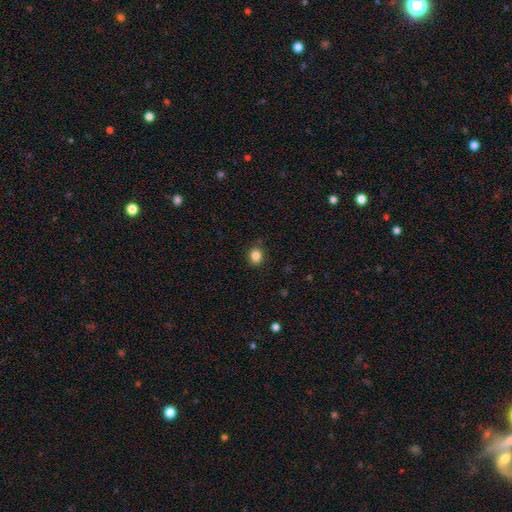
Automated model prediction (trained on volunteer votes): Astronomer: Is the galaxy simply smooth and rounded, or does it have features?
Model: smooth — 86%.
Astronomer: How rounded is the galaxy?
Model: round — 52% (runner-up: in between, 48%).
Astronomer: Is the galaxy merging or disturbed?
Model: none — 86%.